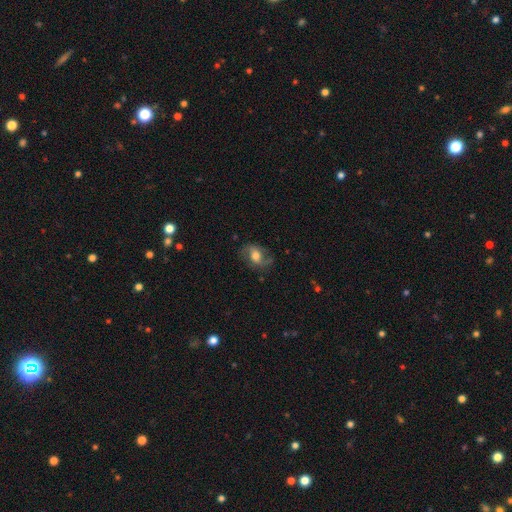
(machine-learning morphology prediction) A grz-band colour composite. It shows a featured or disk galaxy (56%) with no bar (47%), spiral arms (82%) and a moderate central bulge (59%). Merging: none (70%).